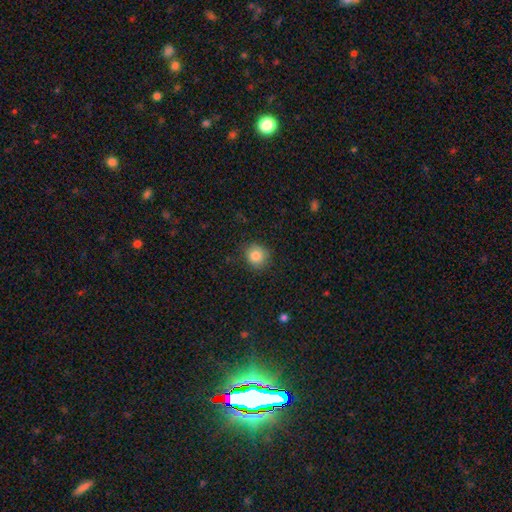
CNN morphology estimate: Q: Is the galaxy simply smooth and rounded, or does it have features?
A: smooth — 84%.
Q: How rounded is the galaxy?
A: round — 86%.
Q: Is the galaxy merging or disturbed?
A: none — 84%.